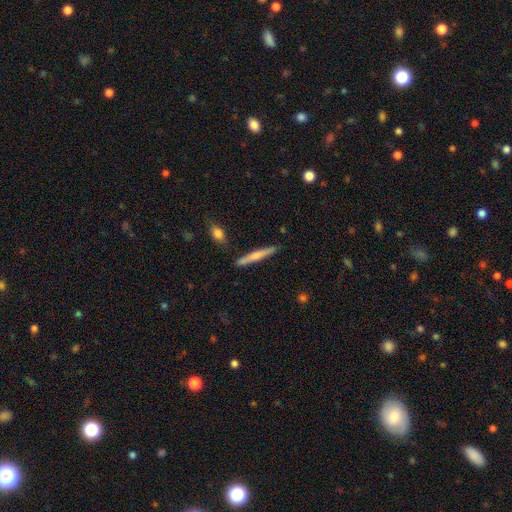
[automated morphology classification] Smooth or featured?
  - smooth: 51% *
  - featured or disk: 43%
  - star or artifact: 6%
How rounded?
  - cigar-shaped: 94% *
  - in between: 4%
  - round: 2%
Merging?
  - none: 87% *
  - minor disturbance: 9%
  - merger: 3%
  - major disturbance: 2%